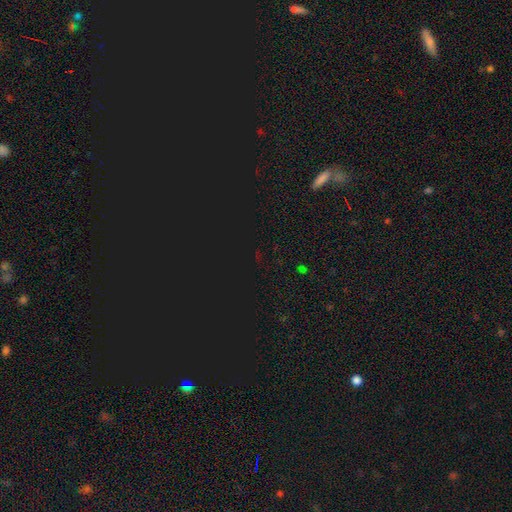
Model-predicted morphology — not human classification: A star or artifact, not a galaxy (78%).